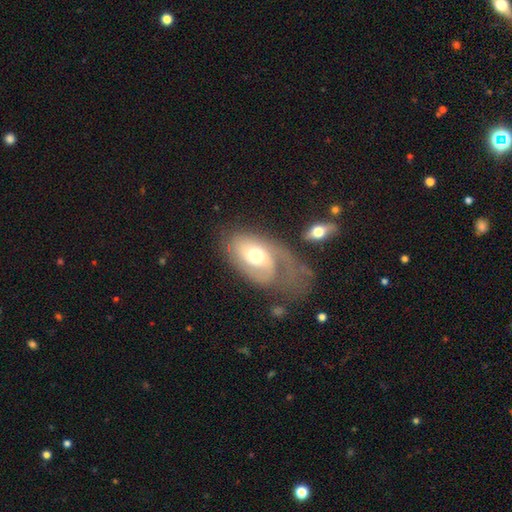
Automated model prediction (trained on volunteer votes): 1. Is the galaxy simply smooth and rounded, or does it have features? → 62% featured or disk, 31% smooth, 6% star or artifact.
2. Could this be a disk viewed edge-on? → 94% no, 6% yes.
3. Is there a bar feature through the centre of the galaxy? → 68% no, 25% weak, 7% strong.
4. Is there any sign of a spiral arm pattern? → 79% yes, 21% no.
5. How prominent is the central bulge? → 69% moderate, 17% large, 10% small, 2% dominant, 1% none.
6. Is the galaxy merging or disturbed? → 38% major disturbance, 32% none, 22% minor disturbance, 8% merger.